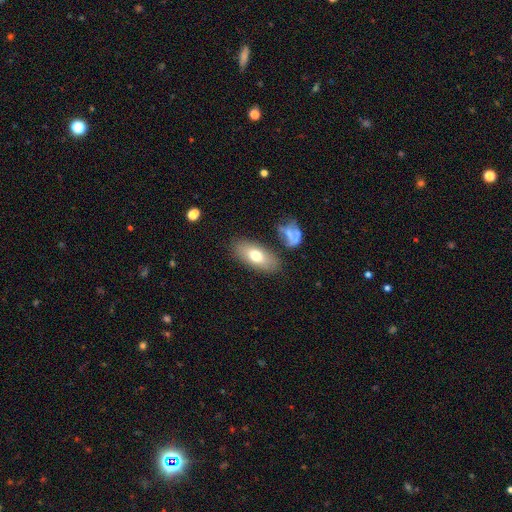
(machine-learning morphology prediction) smooth_or_featured: smooth (p=0.69) [alt: featured or disk p=0.24]
how_rounded: in between (p=0.86) [alt: cigar-shaped p=0.10]
merging: none (p=0.79) [alt: minor disturbance p=0.13]